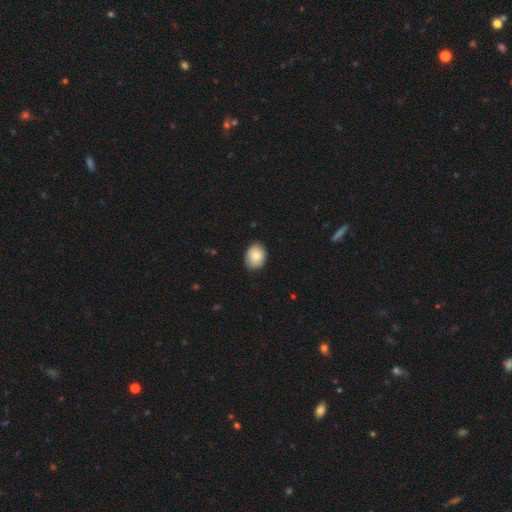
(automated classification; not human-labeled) smooth_or_featured: smooth (p=0.81) [alt: featured or disk p=0.12]
how_rounded: in between (p=0.62) [alt: round p=0.37]
merging: none (p=0.79) [alt: minor disturbance p=0.18]